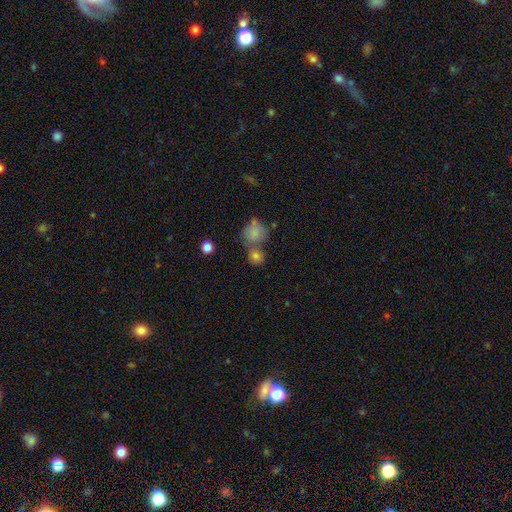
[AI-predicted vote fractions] Smooth or featured? Predicted: smooth (p=0.79). How rounded? Predicted: round (p=0.76). Merging? Predicted: none (p=0.49).